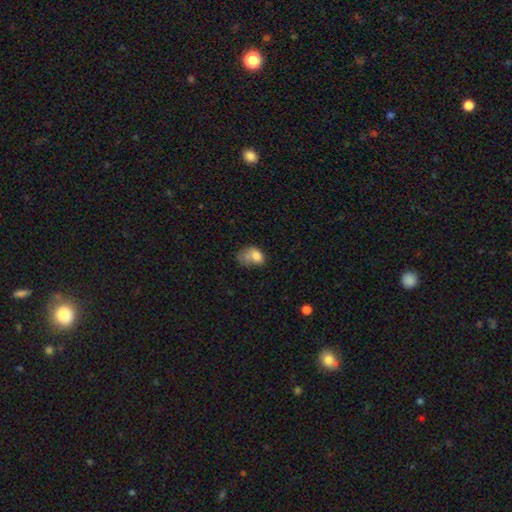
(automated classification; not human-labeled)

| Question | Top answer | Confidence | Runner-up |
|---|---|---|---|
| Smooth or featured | smooth | 73% | featured or disk (17%) |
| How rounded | in between | 77% | round (22%) |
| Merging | major disturbance | 36% | minor disturbance (26%) |